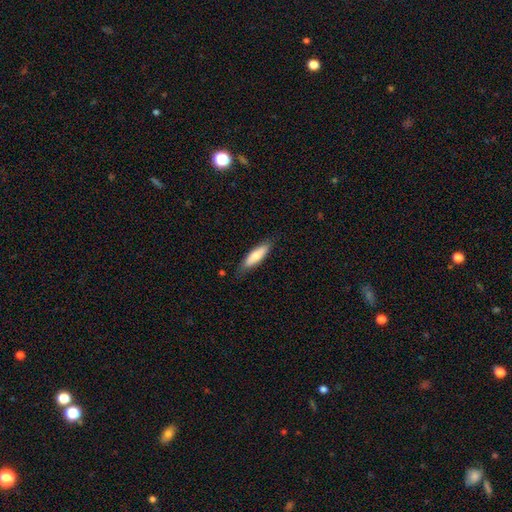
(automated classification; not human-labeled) smooth_or_featured: smooth (p=0.76) [alt: featured or disk p=0.18]
how_rounded: cigar-shaped (p=0.60) [alt: in between p=0.39]
merging: none (p=0.79) [alt: minor disturbance p=0.16]